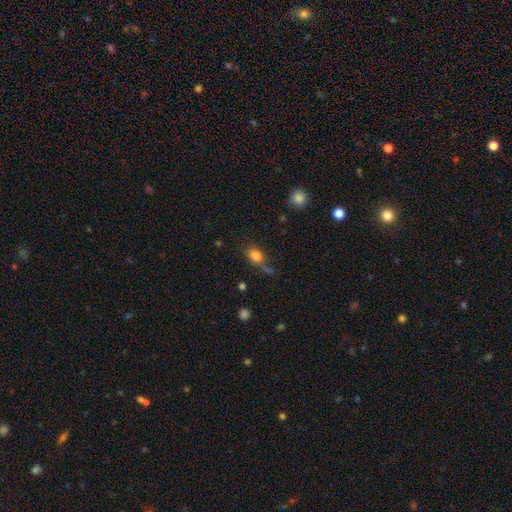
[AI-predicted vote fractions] Overall: smooth (81%). How rounded: in between (71%). Merging: none (59%).